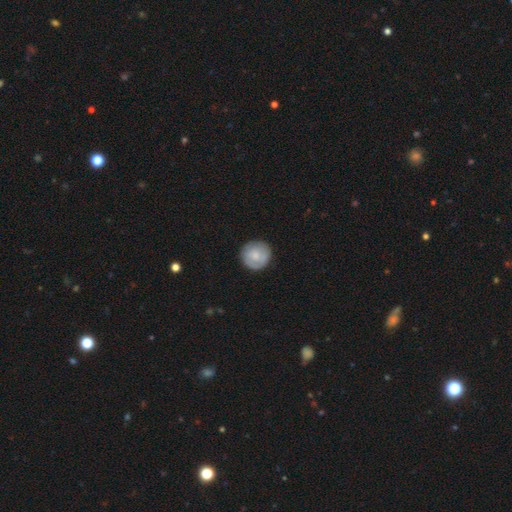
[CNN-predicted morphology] smooth-or-featured: smooth: 72% | featured or disk: 22% | star or artifact: 6%
  how-rounded: round: 94% | in between: 5% | cigar-shaped: 1%
  merging: none: 86% | minor disturbance: 11% | major disturbance: 3% | merger: 1%